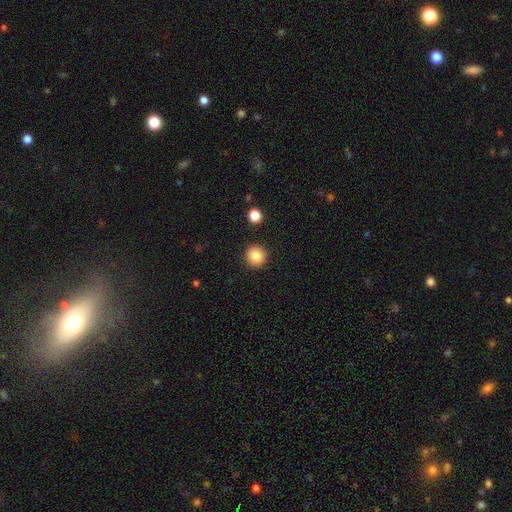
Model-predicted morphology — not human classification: A smooth galaxy with no disk features (85%) that is round (94%). Merging: none (91%).